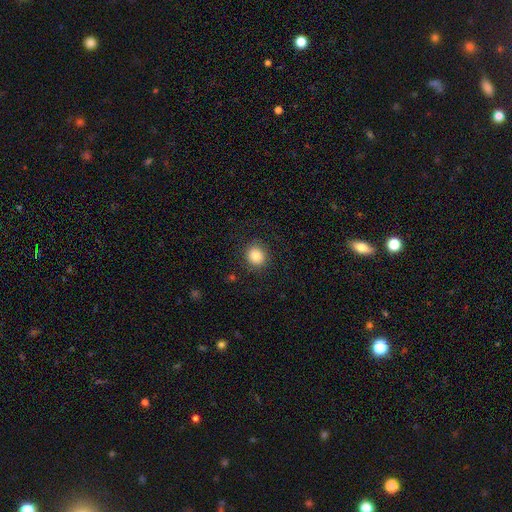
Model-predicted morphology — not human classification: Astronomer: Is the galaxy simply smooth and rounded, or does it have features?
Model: smooth — 85%.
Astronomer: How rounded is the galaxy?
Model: round — 84%.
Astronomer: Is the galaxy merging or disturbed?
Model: none — 88%.